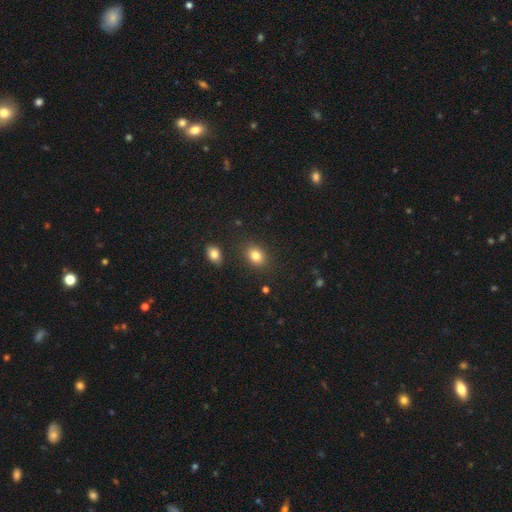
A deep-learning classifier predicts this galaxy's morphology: Smooth or featured? Predicted: smooth (p=0.82). How rounded? Predicted: in between (p=0.62). Merging? Predicted: none (p=0.83).